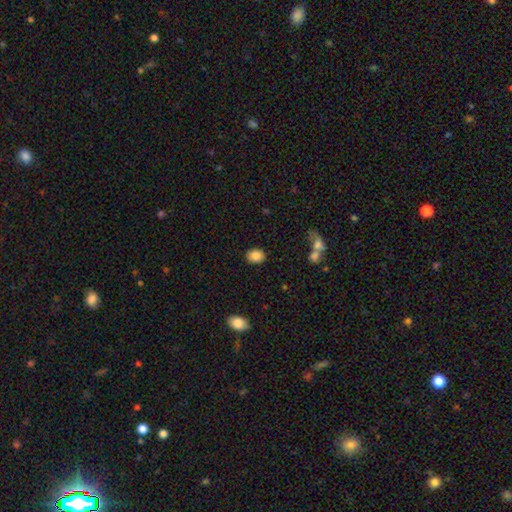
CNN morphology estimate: Smooth or featured? smooth (86%)
How rounded? in between (54%)
Merging? none (87%)